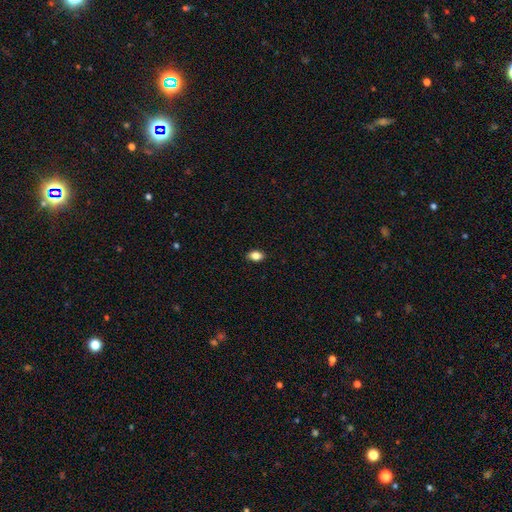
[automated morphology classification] Smooth or featured: smooth — 84% (star or artifact — 9%)
How rounded: in between — 86% (round — 12%)
Merging: none — 88% (minor disturbance — 9%)